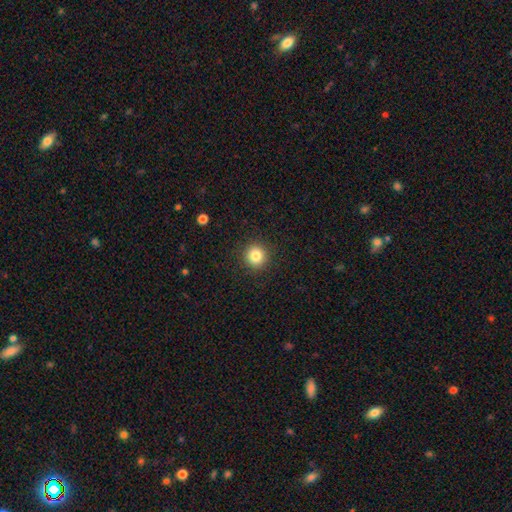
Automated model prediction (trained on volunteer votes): Q: Smooth or featured?
A: smooth (84%); runner-up: star or artifact (11%)
Q: How rounded?
A: round (94%); runner-up: in between (5%)
Q: Merging?
A: none (91%); runner-up: minor disturbance (6%)